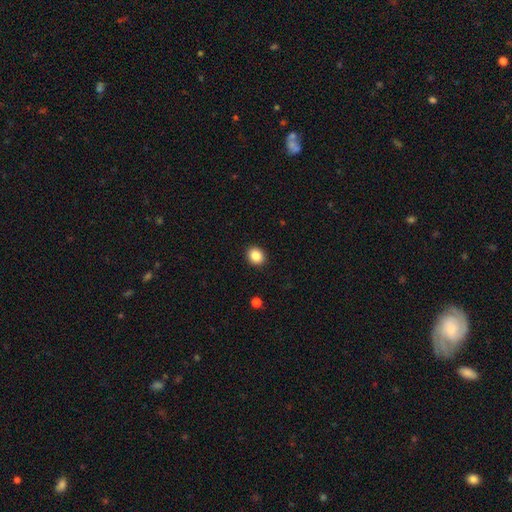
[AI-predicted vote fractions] smooth 87%, star or artifact 9%, featured or disk 4%. Down the decision tree: how rounded — round (66%); merging — none (92%).